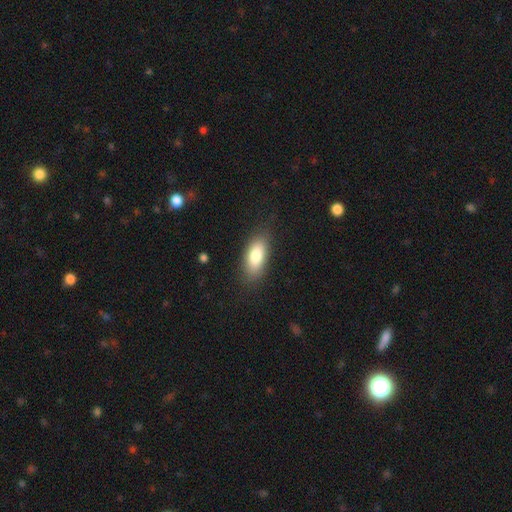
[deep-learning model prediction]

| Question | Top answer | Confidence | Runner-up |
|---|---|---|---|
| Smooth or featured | smooth | 82% | featured or disk (11%) |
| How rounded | in between | 87% | cigar-shaped (10%) |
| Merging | none | 82% | minor disturbance (13%) |